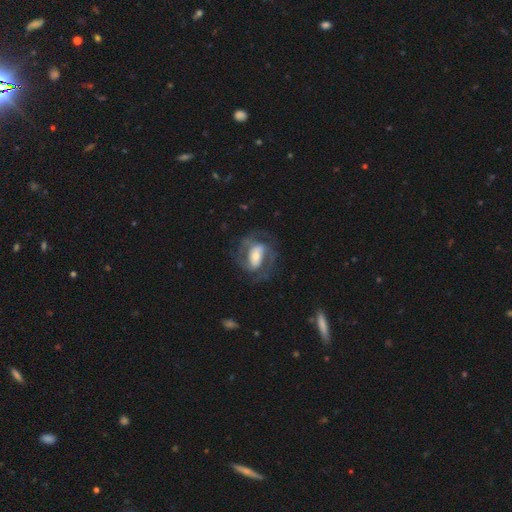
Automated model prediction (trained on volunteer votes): This is likely a featured or disk galaxy (76%). It is clearly not viewed edge-on (96%). Bar: marginally strong (40%). Spiral arm pattern: clearly yes (85%). Spiral arm count: likely 2 (75%). Spiral winding: possibly medium (48%). Central bulge: possibly moderate (46%). Merging: likely none (66%).